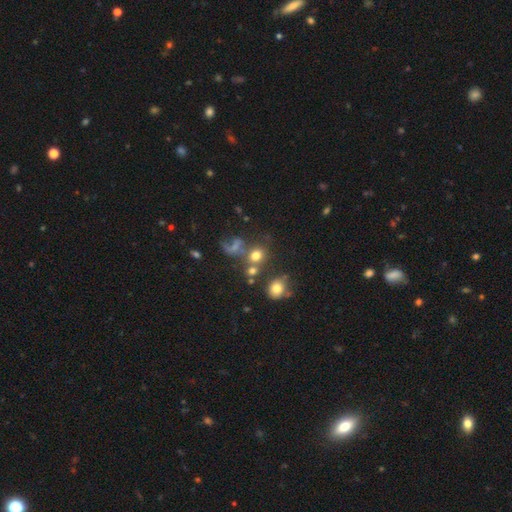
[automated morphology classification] A smooth galaxy with no disk features (69%) that is round (72%). Merging: none (50%).